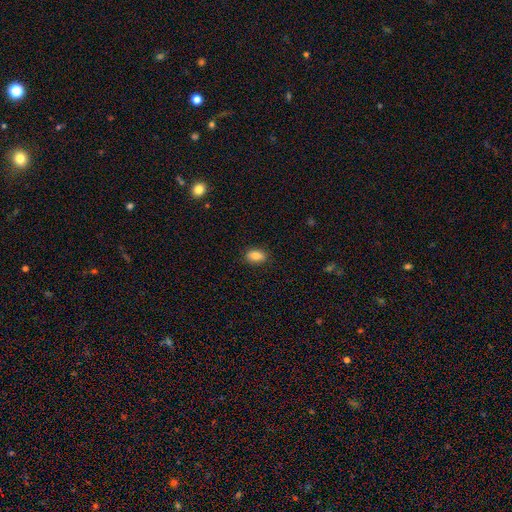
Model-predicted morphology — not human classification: Overall: smooth (83%). How rounded: in between (86%). Merging: none (85%).